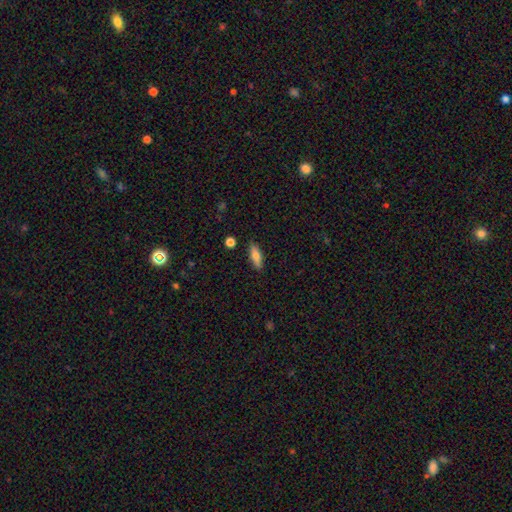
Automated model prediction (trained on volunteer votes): This appears to be a smooth galaxy with no disk features (75%) that is in between round and cigar-shaped (53%). Merging: none (87%).